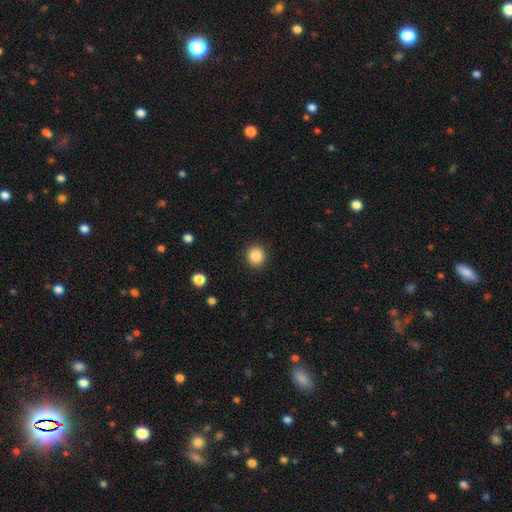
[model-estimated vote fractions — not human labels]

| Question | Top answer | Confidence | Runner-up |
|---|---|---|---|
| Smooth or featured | smooth | 87% | star or artifact (10%) |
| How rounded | round | 90% | in between (9%) |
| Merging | none | 91% | minor disturbance (6%) |